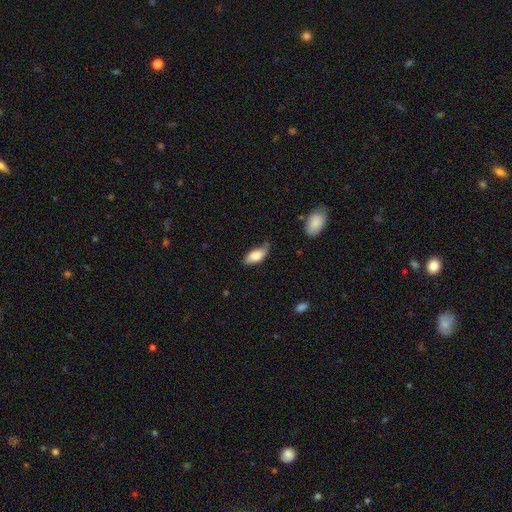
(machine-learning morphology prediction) Smooth or featured?
  - smooth: 76% *
  - featured or disk: 17%
  - star or artifact: 7%
How rounded?
  - in between: 88% *
  - cigar-shaped: 9%
  - round: 3%
Merging?
  - none: 43% *
  - minor disturbance: 41%
  - major disturbance: 13%
  - merger: 3%